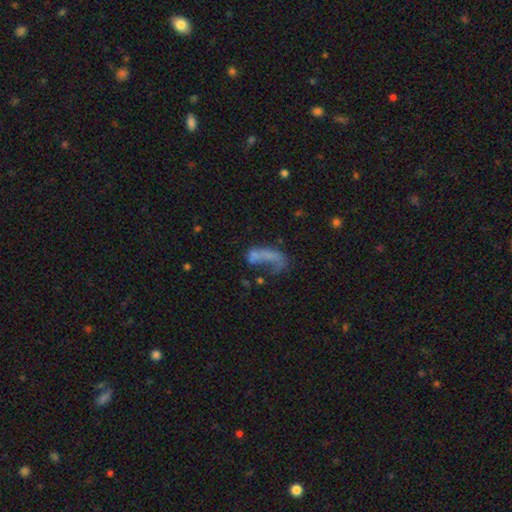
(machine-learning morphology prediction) smooth-or-featured: smooth: 46% | featured or disk: 39% | star or artifact: 15%
  merging: major disturbance: 45% | none: 22% | merger: 22% | minor disturbance: 11%